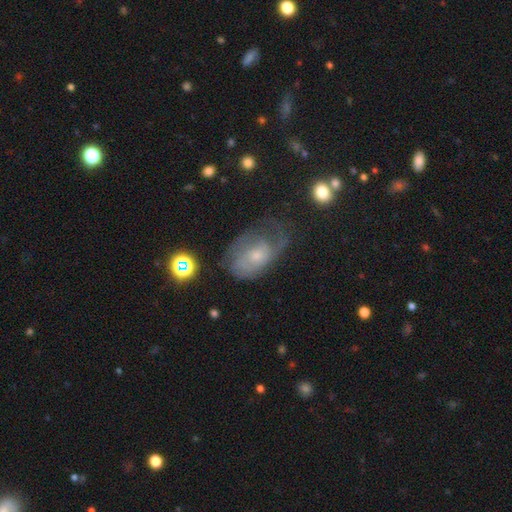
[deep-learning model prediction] Q: Smooth or featured?
A: featured or disk (58%); runner-up: smooth (31%)
Q: Edge-on disk?
A: no (95%); runner-up: yes (5%)
Q: Bar?
A: no (76%); runner-up: weak (21%)
Q: Spiral arms?
A: yes (74%); runner-up: no (26%)
Q: Bulge size?
A: small (58%); runner-up: moderate (32%)
Q: Merging?
A: none (39%); runner-up: major disturbance (30%)